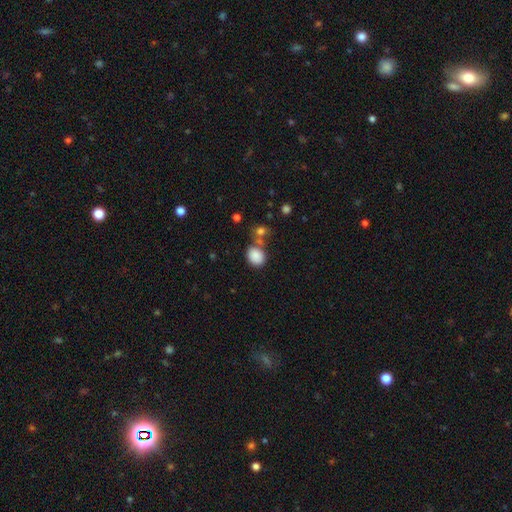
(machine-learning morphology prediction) type=smooth (86%); roundness=round (54%); merging=none (62%).